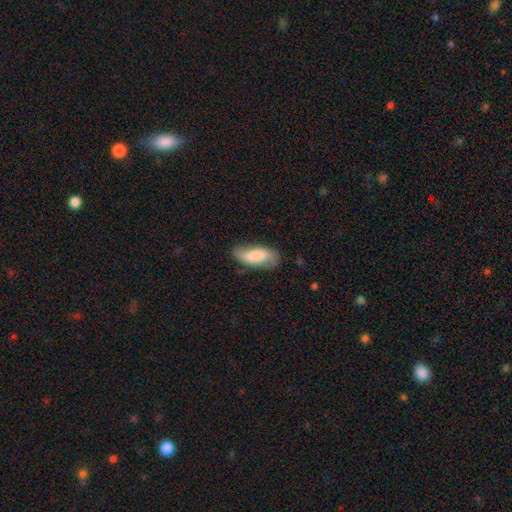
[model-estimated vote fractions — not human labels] Smooth or featured? Predicted: smooth (p=0.67). How rounded? Predicted: in between (p=0.80). Merging? Predicted: none (p=0.61).